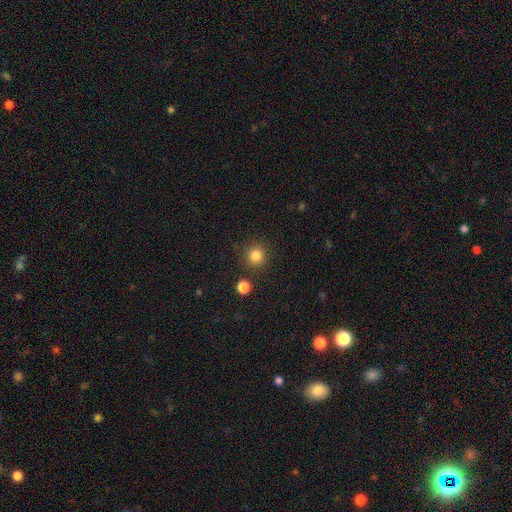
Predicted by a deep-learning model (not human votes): The model was most divided on "smooth or featured": smooth: 83%, star or artifact: 12%, featured or disk: 5%. More confident: how rounded — round (93%); merging — none (88%).